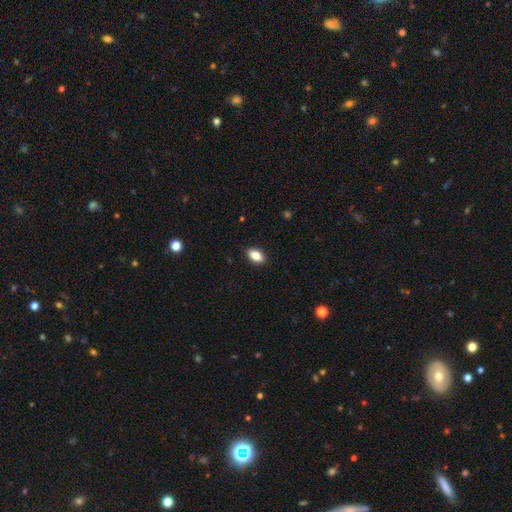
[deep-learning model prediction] Overall: smooth (85%). How rounded: in between (90%). Merging: none (89%).